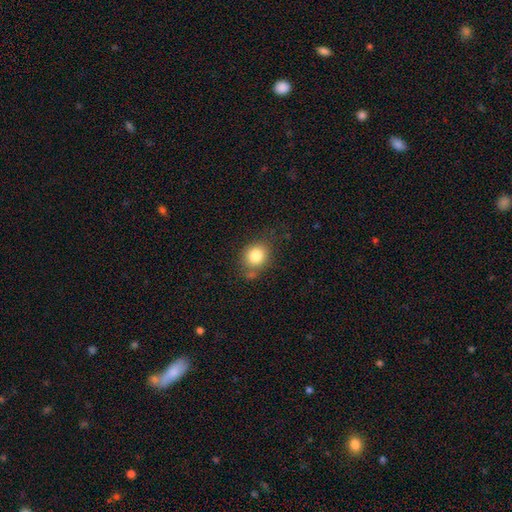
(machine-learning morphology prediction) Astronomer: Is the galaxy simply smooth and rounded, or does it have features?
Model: smooth — 82%.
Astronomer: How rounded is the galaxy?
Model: round — 70%.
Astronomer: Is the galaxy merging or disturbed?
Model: none — 71%.